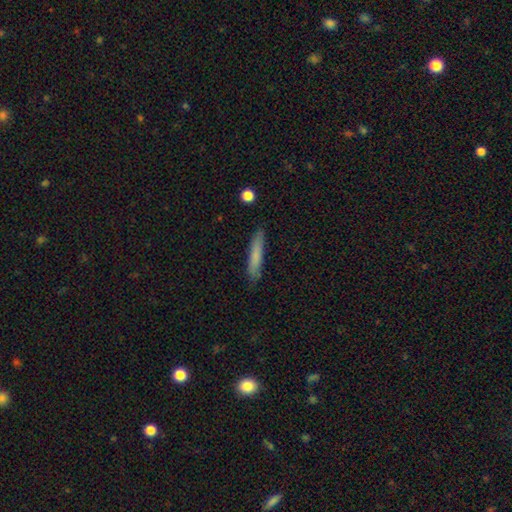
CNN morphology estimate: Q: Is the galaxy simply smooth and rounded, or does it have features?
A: smooth — 77%.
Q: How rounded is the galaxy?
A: cigar-shaped — 92%.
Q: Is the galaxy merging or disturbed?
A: none — 85%.